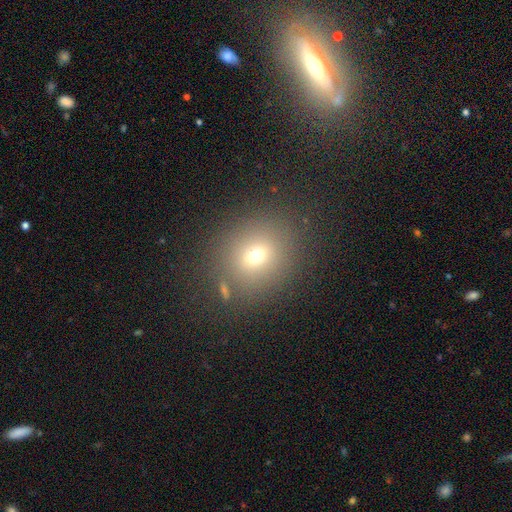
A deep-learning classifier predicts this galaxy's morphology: Overall: smooth (67%). How rounded: round (74%). Merging: none (80%).